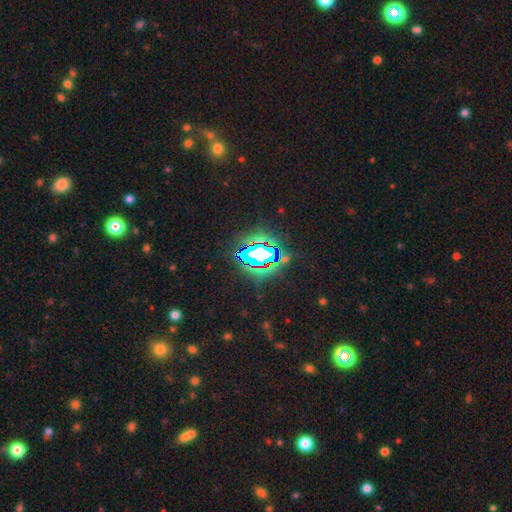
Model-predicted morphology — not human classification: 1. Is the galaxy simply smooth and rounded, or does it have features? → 77% star or artifact, 13% smooth, 10% featured or disk.